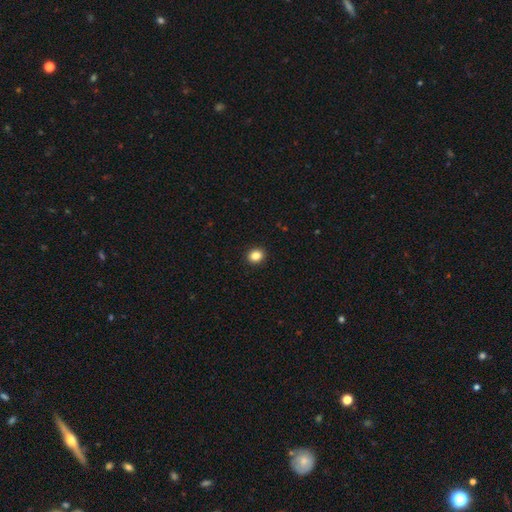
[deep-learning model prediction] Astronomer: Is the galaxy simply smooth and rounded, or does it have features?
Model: smooth — 86%.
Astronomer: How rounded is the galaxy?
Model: round — 70%.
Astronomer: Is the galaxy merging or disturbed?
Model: none — 92%.